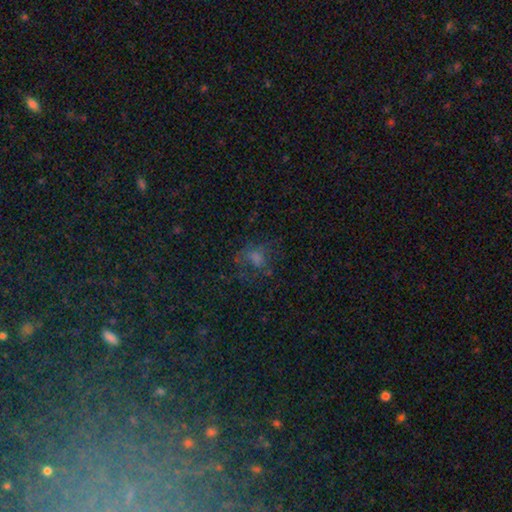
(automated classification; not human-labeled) star or artifact 40%, smooth 34%, featured or disk 26%.